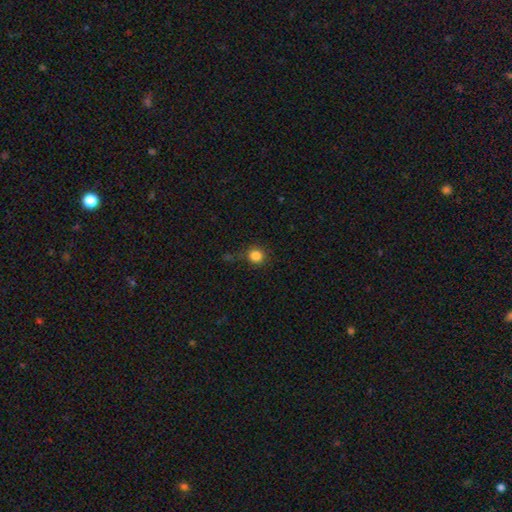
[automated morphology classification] Q: Smooth or featured?
A: smooth (84%); runner-up: star or artifact (12%)
Q: How rounded?
A: round (91%); runner-up: in between (8%)
Q: Merging?
A: none (77%); runner-up: minor disturbance (14%)